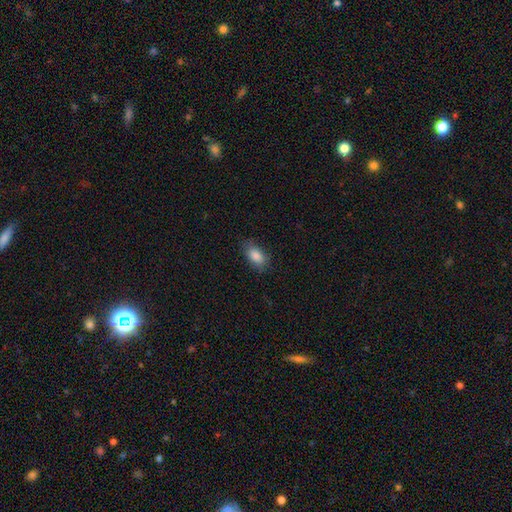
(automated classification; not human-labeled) A smooth galaxy with no disk features (86%) that is in between round and cigar-shaped (89%).

Vote fractions:
- Smooth or featured? smooth: 86% / star or artifact: 8% / featured or disk: 6%
- How rounded? in between: 89% / round: 7% / cigar-shaped: 3%
- Merging? none: 79% / minor disturbance: 16% / major disturbance: 4% / merger: 1%